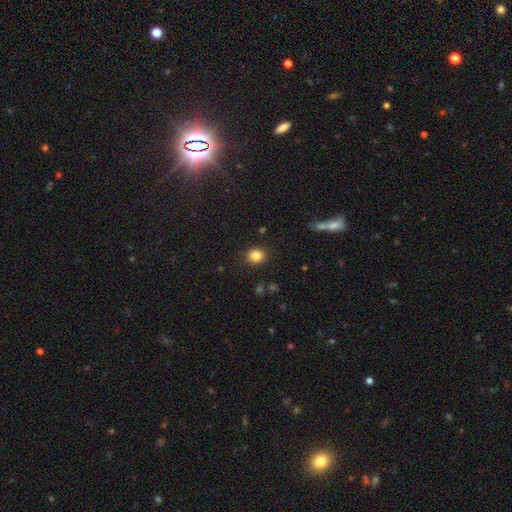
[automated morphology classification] Q: Smooth or featured?
A: smooth (83%); runner-up: star or artifact (11%)
Q: How rounded?
A: round (81%); runner-up: in between (18%)
Q: Merging?
A: none (89%); runner-up: minor disturbance (7%)